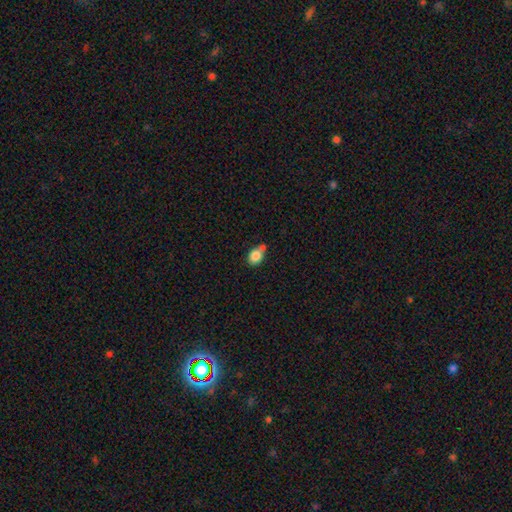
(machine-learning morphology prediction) This appears to be a smooth galaxy with no disk features (84%) that is in between round and cigar-shaped (56%). Merging: none (46%).